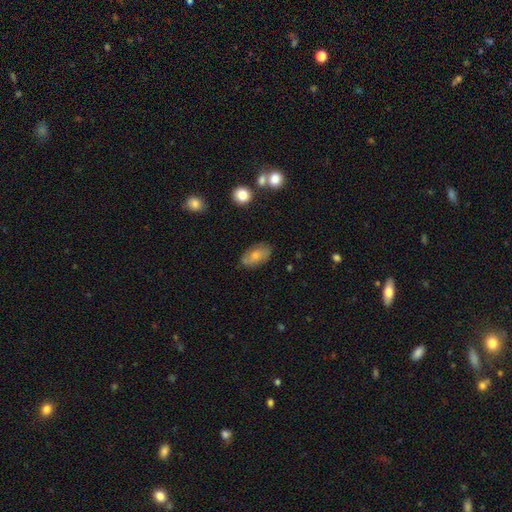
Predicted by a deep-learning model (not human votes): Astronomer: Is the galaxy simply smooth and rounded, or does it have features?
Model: smooth — 64%.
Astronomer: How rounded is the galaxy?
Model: in between — 91%.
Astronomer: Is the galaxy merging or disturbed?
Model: none — 75%.